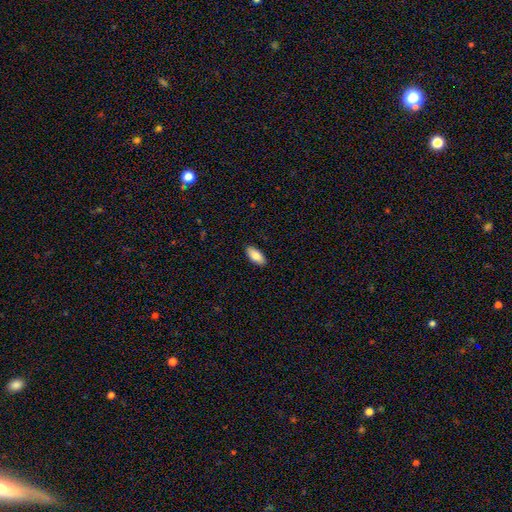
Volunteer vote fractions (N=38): smooth-or-featured: smooth: 87% | featured or disk: 11% | star or artifact: 3%
  how-rounded: in between: 97% | round: 3% | cigar-shaped: 0%
  merging: none: 89% | minor disturbance: 8% | major disturbance: 3% | merger: 0%